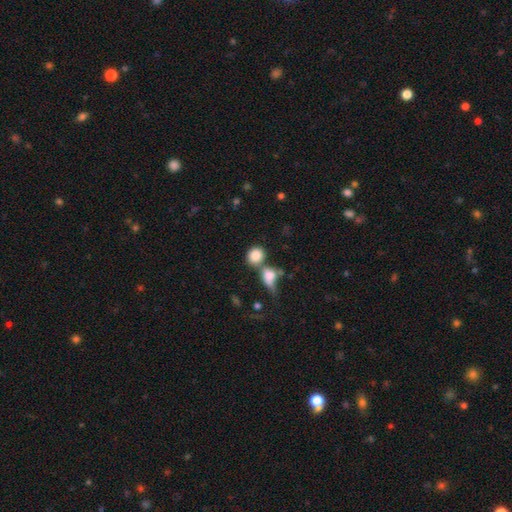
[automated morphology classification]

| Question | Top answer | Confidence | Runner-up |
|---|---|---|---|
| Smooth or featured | smooth | 83% | featured or disk (8%) |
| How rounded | round | 73% | in between (25%) |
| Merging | merger | 44% | none (40%) |